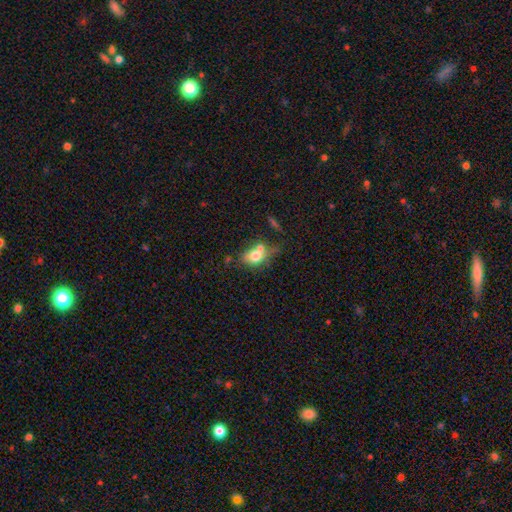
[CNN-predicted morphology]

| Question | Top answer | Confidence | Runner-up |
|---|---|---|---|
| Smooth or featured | smooth | 70% | featured or disk (20%) |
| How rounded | in between | 70% | round (27%) |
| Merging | merger | 40% | none (33%) |